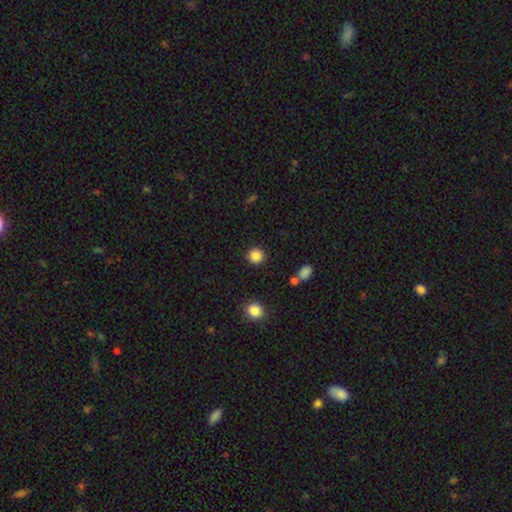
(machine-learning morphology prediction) Overall: smooth (86%). How rounded: round (92%). Merging: none (90%).